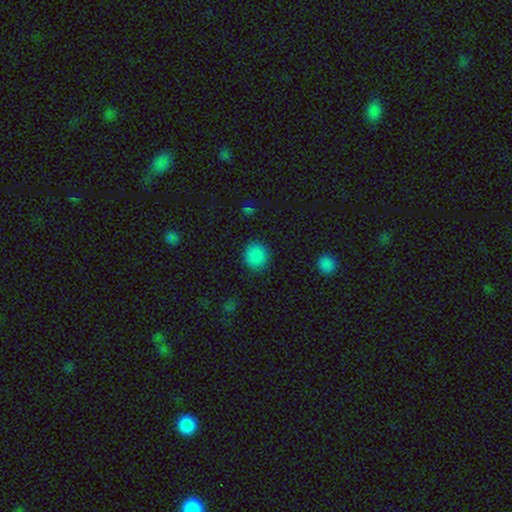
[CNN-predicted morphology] A smooth galaxy with no disk features (86%) that is round (83%).

Vote fractions:
- Smooth or featured? smooth: 86% / star or artifact: 11% / featured or disk: 3%
- How rounded? round: 83% / in between: 16% / cigar-shaped: 1%
- Merging? none: 89% / minor disturbance: 8% / major disturbance: 2% / merger: 1%